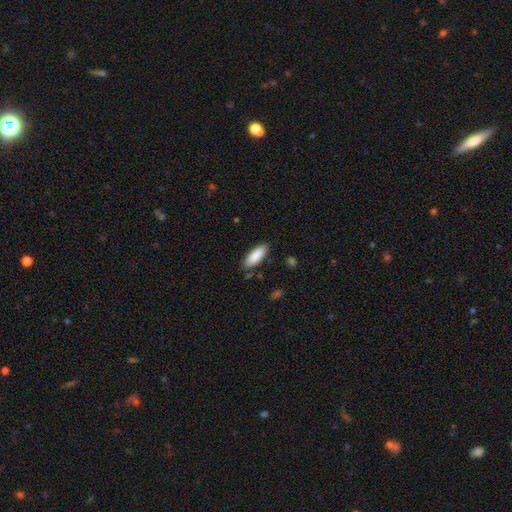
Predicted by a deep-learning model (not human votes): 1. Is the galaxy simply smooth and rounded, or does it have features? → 89% smooth, 6% star or artifact, 6% featured or disk.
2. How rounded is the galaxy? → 72% in between, 27% cigar-shaped, 1% round.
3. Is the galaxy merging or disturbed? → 84% none, 12% minor disturbance, 2% major disturbance, 2% merger.